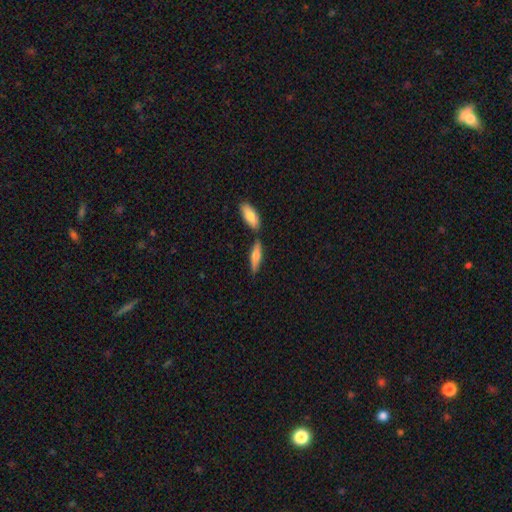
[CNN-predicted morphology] A smooth galaxy with no disk features (64%) that is cigar-shaped (62%). Merging: none (67%).